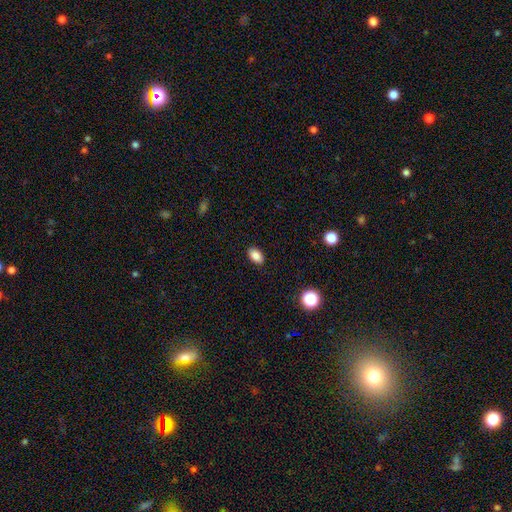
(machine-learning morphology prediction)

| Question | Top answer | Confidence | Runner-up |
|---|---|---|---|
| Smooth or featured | smooth | 86% | star or artifact (9%) |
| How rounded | in between | 90% | round (8%) |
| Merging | none | 88% | minor disturbance (9%) |